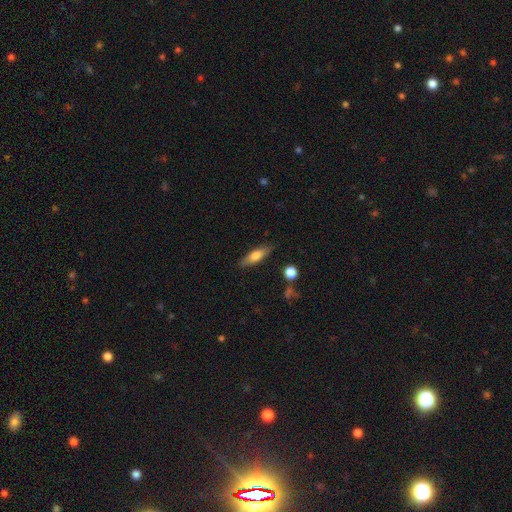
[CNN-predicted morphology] Smooth or featured? smooth (64%)
How rounded? cigar-shaped (57%)
Merging? none (84%)